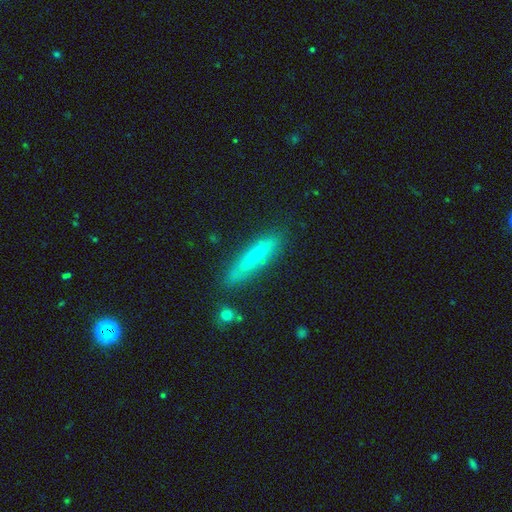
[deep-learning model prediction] smooth 55%, featured or disk 36%, star or artifact 8%. Down the decision tree: how rounded — cigar-shaped (89%); merging — none (81%).